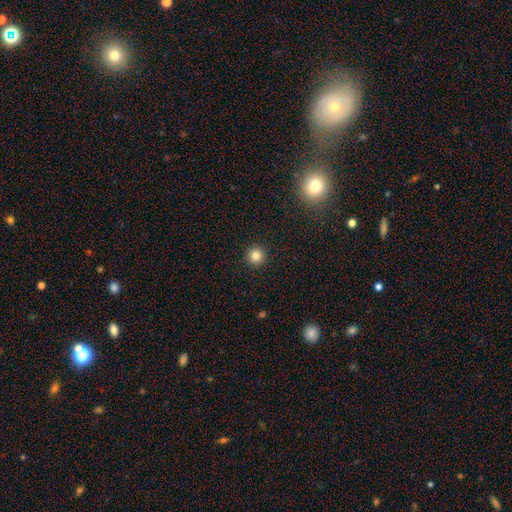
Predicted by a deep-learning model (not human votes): Smooth or featured? Predicted: smooth (p=0.83). How rounded? Predicted: round (p=0.96). Merging? Predicted: none (p=0.93).